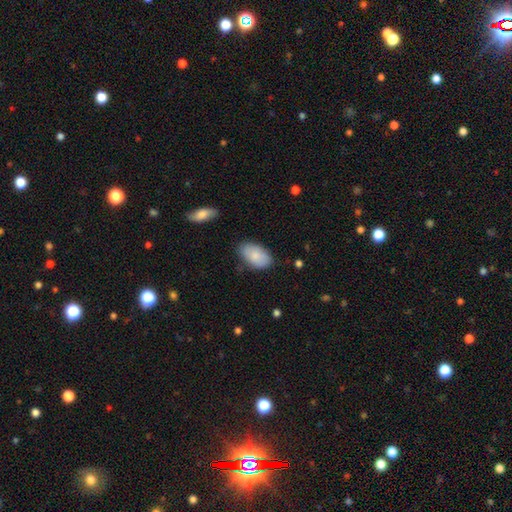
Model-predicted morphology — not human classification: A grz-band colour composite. It shows a smooth galaxy with no disk features (82%) that is in between round and cigar-shaped (94%). Merging: none (77%).